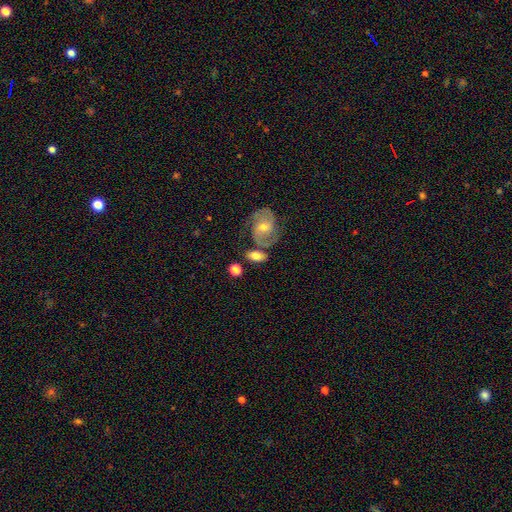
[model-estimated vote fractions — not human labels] Morphology: type=smooth (58%); roundness=in between (78%); merging=none (58%).